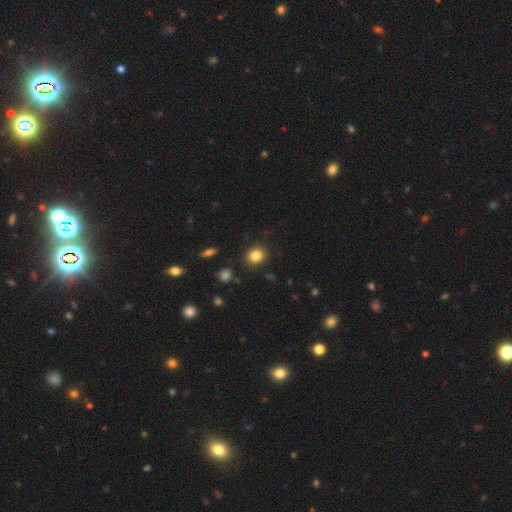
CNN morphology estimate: smooth-or-featured: smooth: 83% | star or artifact: 10% | featured or disk: 7%
  how-rounded: round: 70% | in between: 29% | cigar-shaped: 1%
  merging: none: 88% | minor disturbance: 8% | major disturbance: 2% | merger: 2%